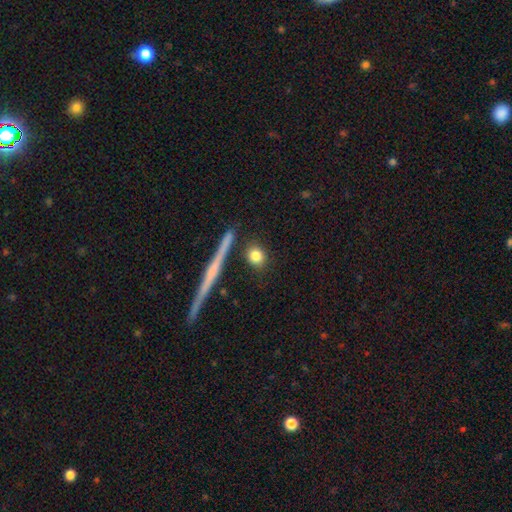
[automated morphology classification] This appears to be a smooth galaxy with no disk features (81%) that is round (69%). Merging: none (84%).